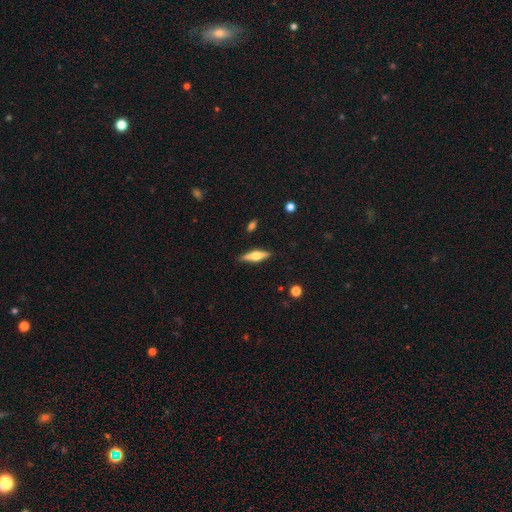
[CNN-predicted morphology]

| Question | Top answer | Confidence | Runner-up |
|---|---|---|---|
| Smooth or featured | featured or disk | 56% | smooth (37%) |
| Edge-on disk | yes | 95% | no (5%) |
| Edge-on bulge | rounded | 90% | boxy (7%) |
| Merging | none | 87% | minor disturbance (9%) |